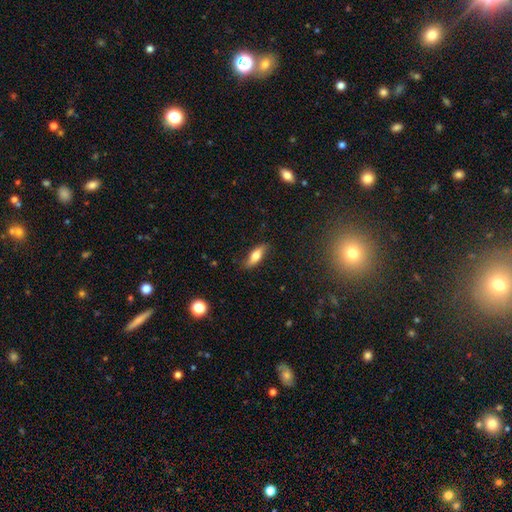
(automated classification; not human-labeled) A smooth galaxy with no disk features (66%) that is in between round and cigar-shaped (64%).

Vote fractions:
- Smooth or featured? smooth: 66% / featured or disk: 27% / star or artifact: 7%
- How rounded? in between: 64% / cigar-shaped: 33% / round: 3%
- Merging? none: 79% / minor disturbance: 17% / major disturbance: 3% / merger: 1%